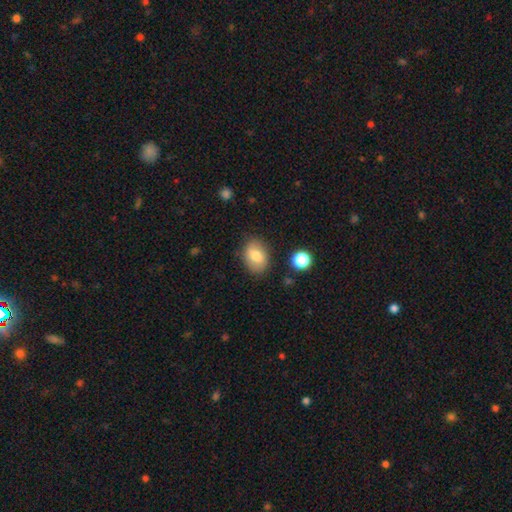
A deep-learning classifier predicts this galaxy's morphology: type=smooth (76%); roundness=in between (75%); merging=none (82%).